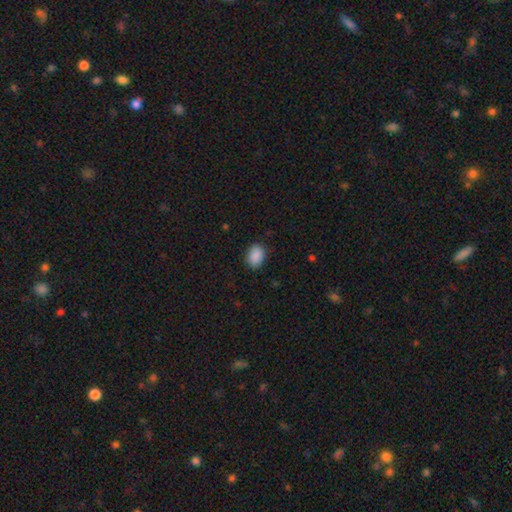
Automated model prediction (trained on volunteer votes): Overall: smooth (90%). How rounded: in between (76%). Merging: none (86%).